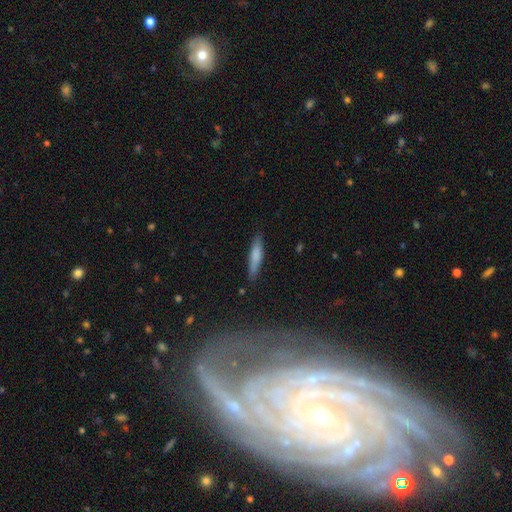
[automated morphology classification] smooth-or-featured: smooth: 73% | featured or disk: 21% | star or artifact: 6%
  how-rounded: cigar-shaped: 88% | in between: 11% | round: 1%
  merging: none: 85% | minor disturbance: 12% | major disturbance: 2% | merger: 2%